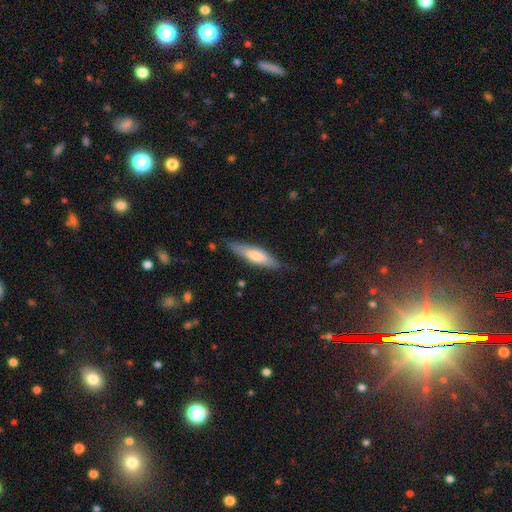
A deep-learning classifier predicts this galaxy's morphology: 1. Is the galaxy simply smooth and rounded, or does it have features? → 60% smooth, 34% featured or disk, 6% star or artifact.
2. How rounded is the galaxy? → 75% cigar-shaped, 23% in between, 1% round.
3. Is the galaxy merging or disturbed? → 81% none, 15% minor disturbance, 3% major disturbance, 1% merger.